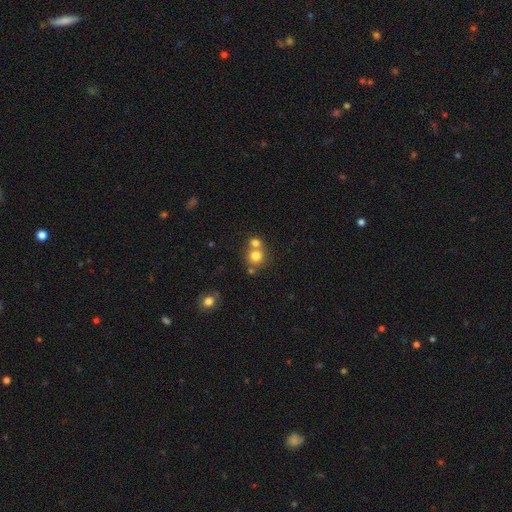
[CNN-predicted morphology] Overall: smooth (76%). How rounded: round (86%). Merging: none (46%; merger 45%).